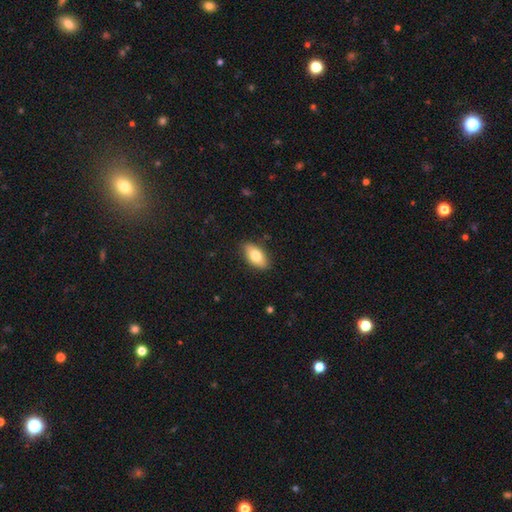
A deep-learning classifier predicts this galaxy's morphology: Smooth or featured? smooth (77%)
How rounded? in between (92%)
Merging? none (87%)